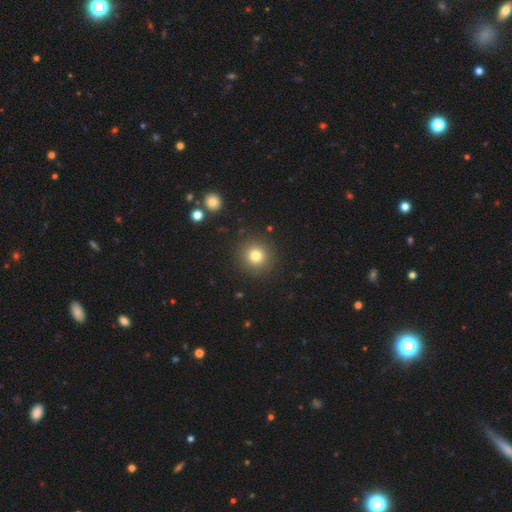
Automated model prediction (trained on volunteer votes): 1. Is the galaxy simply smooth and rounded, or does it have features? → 79% smooth, 13% star or artifact, 8% featured or disk.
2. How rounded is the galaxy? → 94% round, 5% in between, 1% cigar-shaped.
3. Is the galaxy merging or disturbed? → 90% none, 6% minor disturbance, 2% major disturbance, 2% merger.